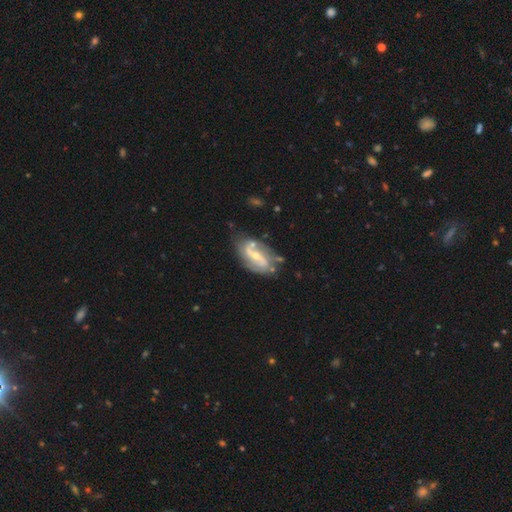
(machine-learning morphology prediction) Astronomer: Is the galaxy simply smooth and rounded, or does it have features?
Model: featured or disk — 86%.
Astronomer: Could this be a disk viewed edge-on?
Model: no — 96%.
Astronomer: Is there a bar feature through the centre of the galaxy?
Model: weak — 39% (runner-up: strong, 36%).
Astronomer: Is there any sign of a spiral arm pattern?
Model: yes — 94%.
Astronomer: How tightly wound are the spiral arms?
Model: medium — 44% (runner-up: loose, 36%).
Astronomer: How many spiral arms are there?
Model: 2 — 86%.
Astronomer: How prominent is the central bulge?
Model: small — 59% (runner-up: moderate, 37%).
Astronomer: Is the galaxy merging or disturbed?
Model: none — 67%.